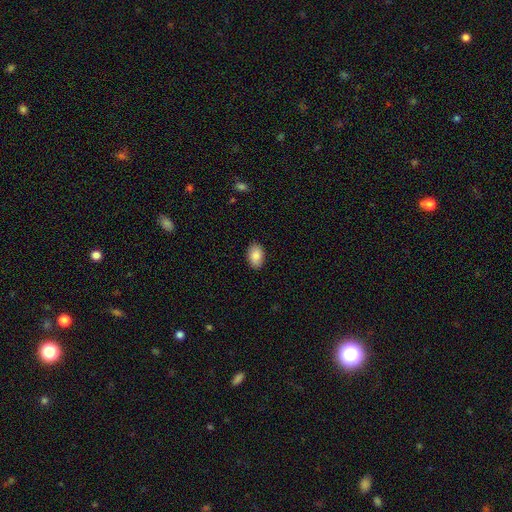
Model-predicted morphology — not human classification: smooth 88%, star or artifact 7%, featured or disk 6%. Down the decision tree: how rounded — in between (91%); merging — none (88%).